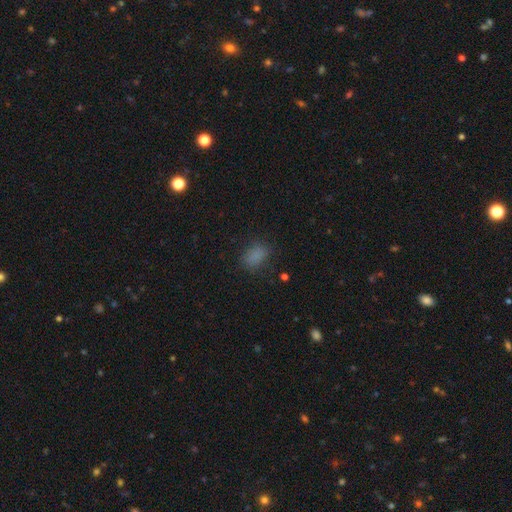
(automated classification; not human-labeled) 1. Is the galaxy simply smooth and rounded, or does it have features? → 80% smooth, 14% star or artifact, 5% featured or disk.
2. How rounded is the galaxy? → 80% in between, 18% round, 2% cigar-shaped.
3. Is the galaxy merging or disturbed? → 75% none, 17% minor disturbance, 7% major disturbance, 1% merger.